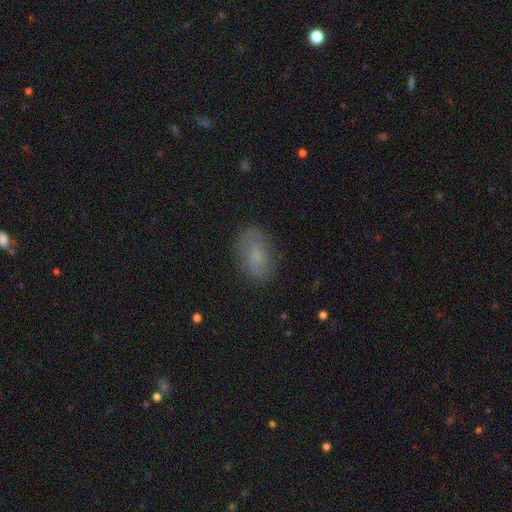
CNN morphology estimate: smooth_or_featured: smooth (p=0.74) [alt: featured or disk p=0.16]
how_rounded: in between (p=0.88) [alt: round p=0.10]
merging: none (p=0.78) [alt: minor disturbance p=0.16]